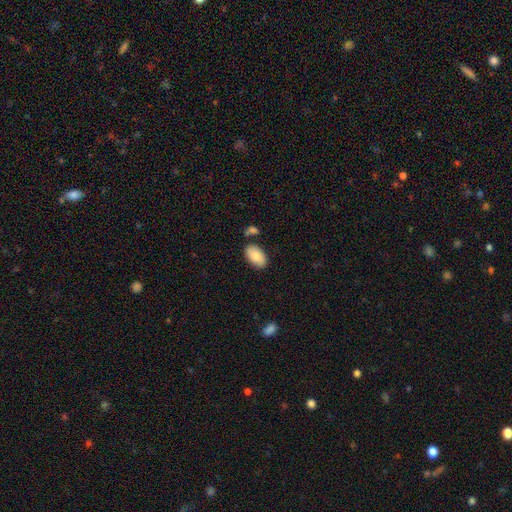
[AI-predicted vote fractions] Overall: smooth (86%). How rounded: in between (95%). Merging: none (76%).